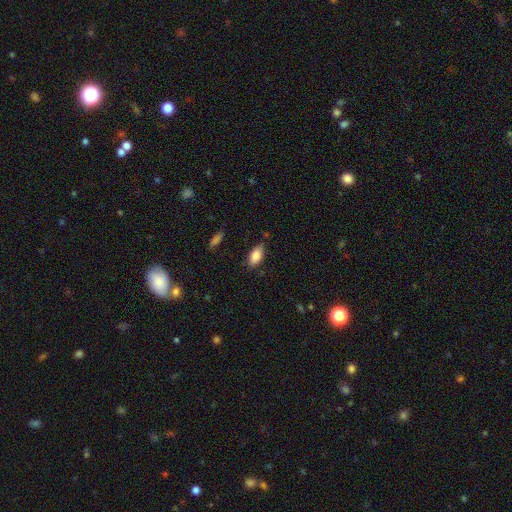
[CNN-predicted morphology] This appears to be a smooth galaxy with no disk features (84%) that is in between round and cigar-shaped (90%). Merging: none (77%).